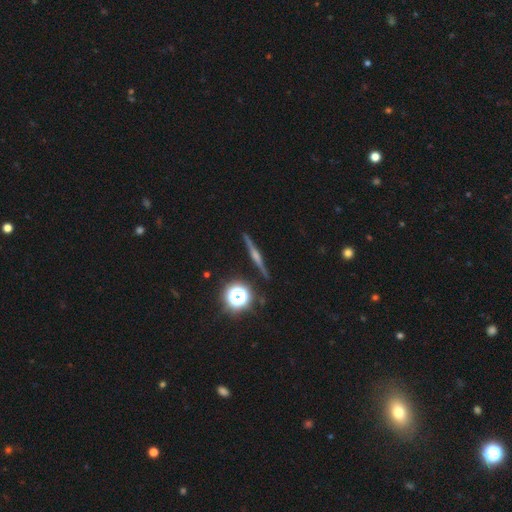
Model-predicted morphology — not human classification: This is likely a featured or disk galaxy (72%). It is clearly viewed edge-on (98%). Edge-on bulge: clearly rounded (81%). Merging: clearly none (91%).